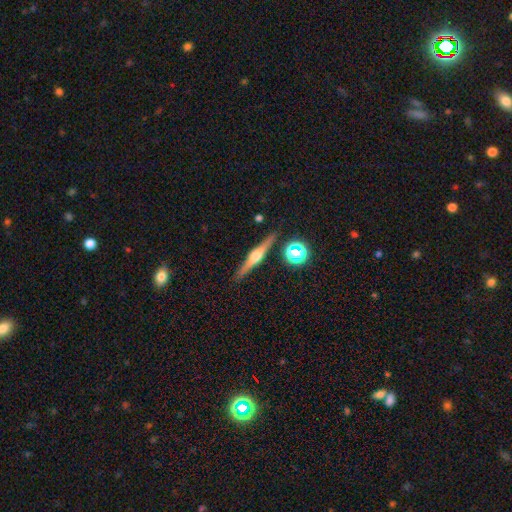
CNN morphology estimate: Smooth or featured?
  - featured or disk: 73% *
  - smooth: 20%
  - star or artifact: 7%
Edge-on disk?
  - yes: 97% *
  - no: 3%
Edge-on bulge?
  - rounded: 92% *
  - boxy: 5%
  - none: 3%
Merging?
  - none: 89% *
  - minor disturbance: 7%
  - merger: 2%
  - major disturbance: 2%